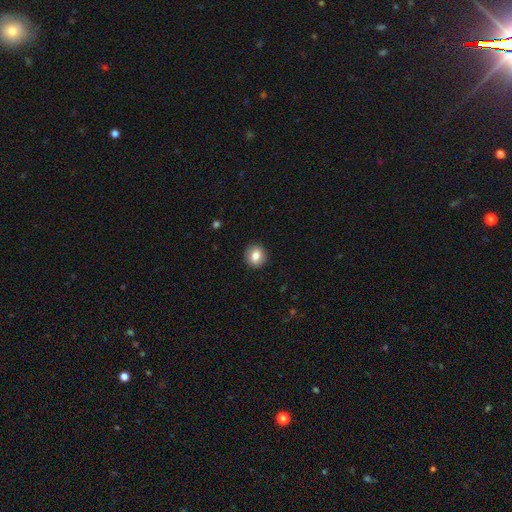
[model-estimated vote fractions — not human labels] Q: Smooth or featured?
A: smooth (81%); runner-up: featured or disk (10%)
Q: How rounded?
A: round (87%); runner-up: in between (12%)
Q: Merging?
A: none (91%); runner-up: minor disturbance (6%)